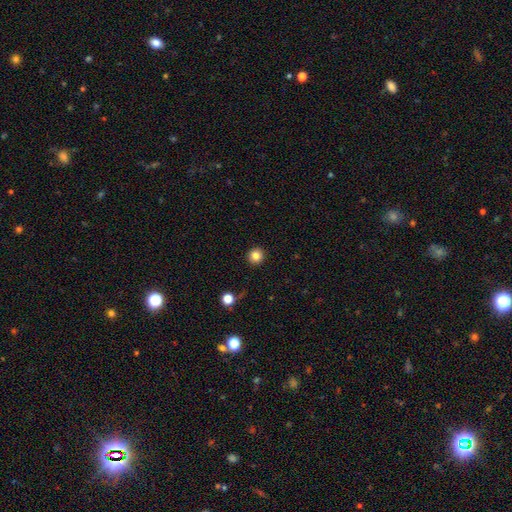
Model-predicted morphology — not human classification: Smooth or featured? Predicted: smooth (p=0.83). How rounded? Predicted: round (p=0.91). Merging? Predicted: none (p=0.92).